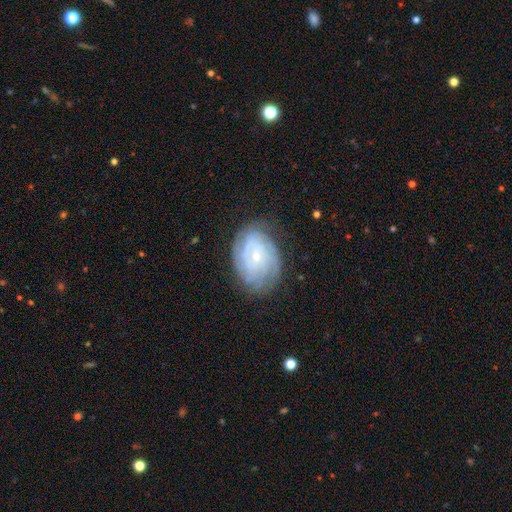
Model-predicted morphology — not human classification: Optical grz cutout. It shows a featured or disk galaxy (75%) with no bar (68%), tight (73%) spiral arms (92%) and a small central bulge (77%). Merging: none (74%).